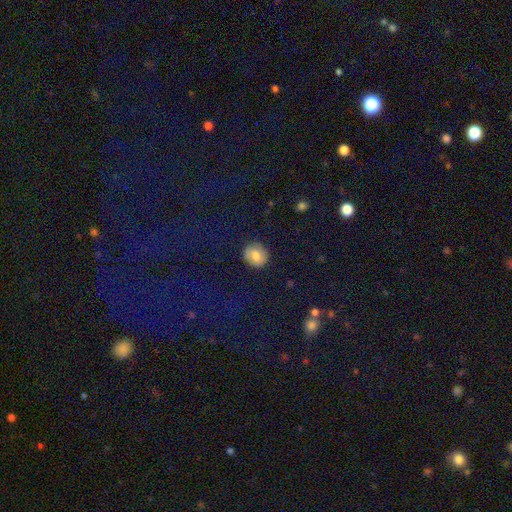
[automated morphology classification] Overall: smooth (75%). How rounded: round (75%). Merging: none (85%).